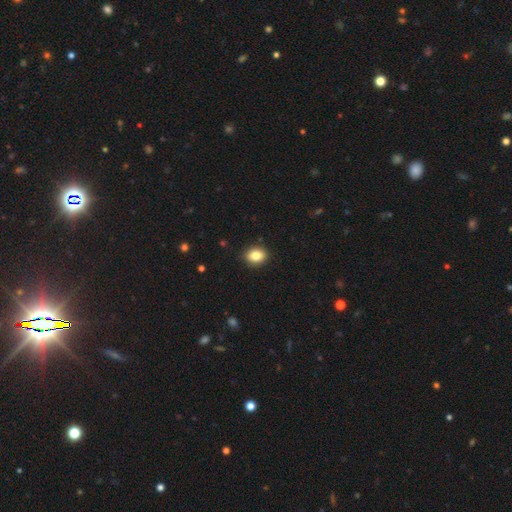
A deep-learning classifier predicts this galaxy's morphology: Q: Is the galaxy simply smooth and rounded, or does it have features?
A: smooth — 85%.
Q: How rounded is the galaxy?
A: in between — 56%.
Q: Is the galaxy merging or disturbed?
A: none — 90%.